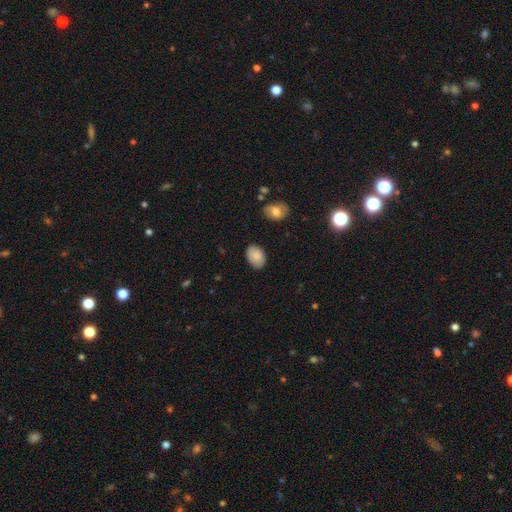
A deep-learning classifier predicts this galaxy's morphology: Q: Smooth or featured?
A: smooth (85%); runner-up: featured or disk (8%)
Q: How rounded?
A: in between (86%); runner-up: round (13%)
Q: Merging?
A: none (84%); runner-up: minor disturbance (12%)